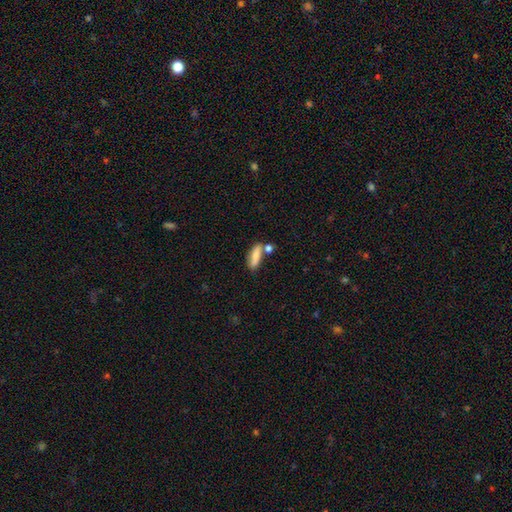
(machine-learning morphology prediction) Smooth or featured: smooth — 80% (featured or disk — 13%)
How rounded: in between — 51% (cigar-shaped — 45%)
Merging: none — 57% (merger — 22%)